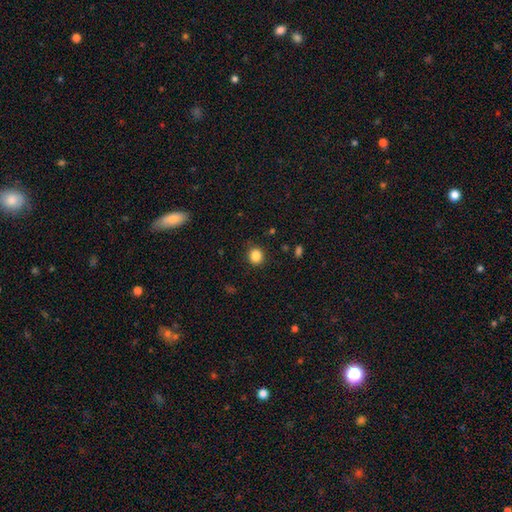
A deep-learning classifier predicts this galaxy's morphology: smooth_or_featured: smooth (p=0.85) [alt: star or artifact p=0.11]
how_rounded: round (p=0.81) [alt: in between p=0.18]
merging: none (p=0.88) [alt: minor disturbance p=0.08]